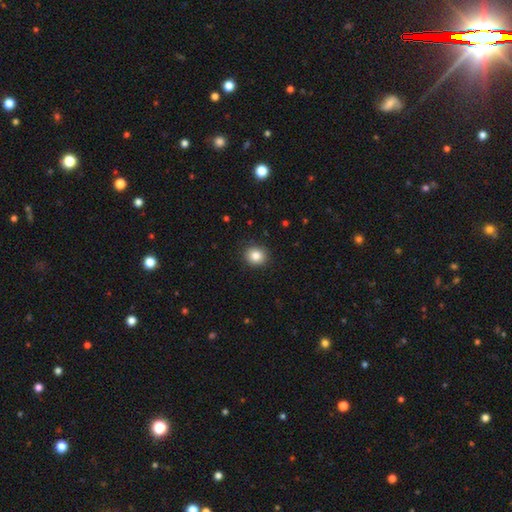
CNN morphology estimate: This is clearly a smooth galaxy (84%). How rounded: likely round (79%). Merging: clearly none (90%).